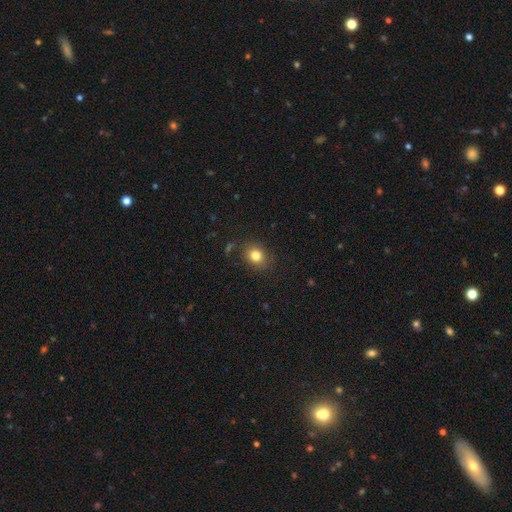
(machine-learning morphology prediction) type=smooth (81%); roundness=round (58%); merging=none (84%).